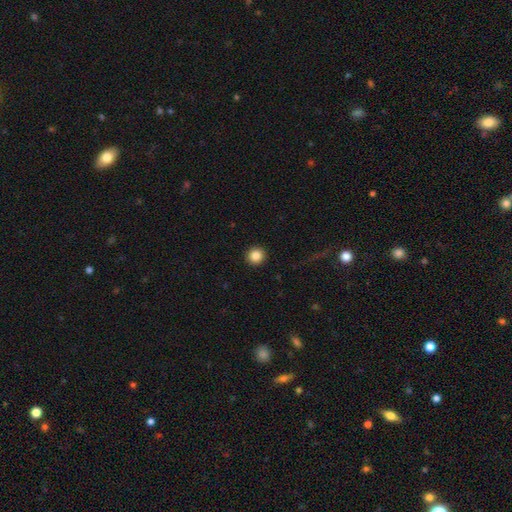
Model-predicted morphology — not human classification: type=smooth (86%); roundness=round (94%); merging=none (93%).